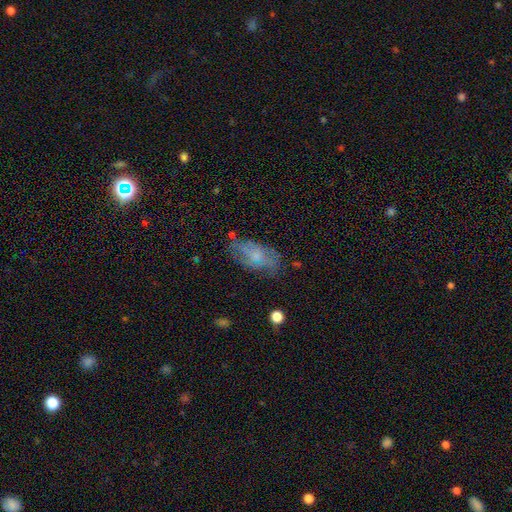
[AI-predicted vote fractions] Smooth or featured? Predicted: featured or disk (p=0.50). Merging? Predicted: none (p=0.62).